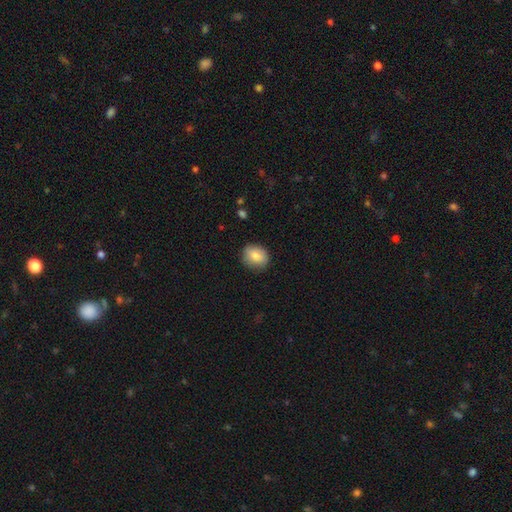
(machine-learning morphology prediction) type=smooth (81%); roundness=round (56%); merging=none (82%).